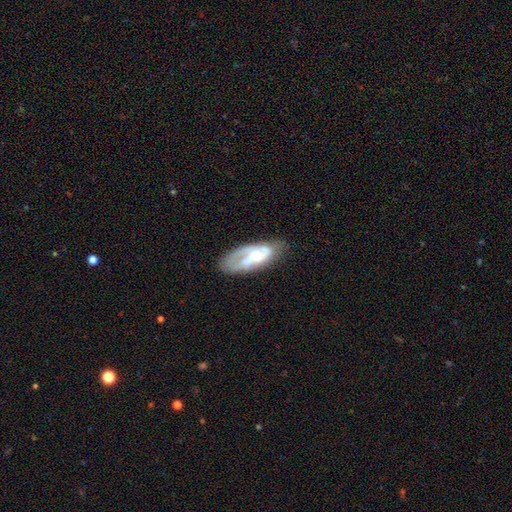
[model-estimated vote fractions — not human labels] Smooth or featured? Predicted: featured or disk (p=0.65). Edge-on disk? Predicted: no (p=0.91). Bar? Predicted: no (p=0.56). Spiral arms? Predicted: yes (p=0.74). Bulge size? Predicted: moderate (p=0.50). Merging? Predicted: none (p=0.54).